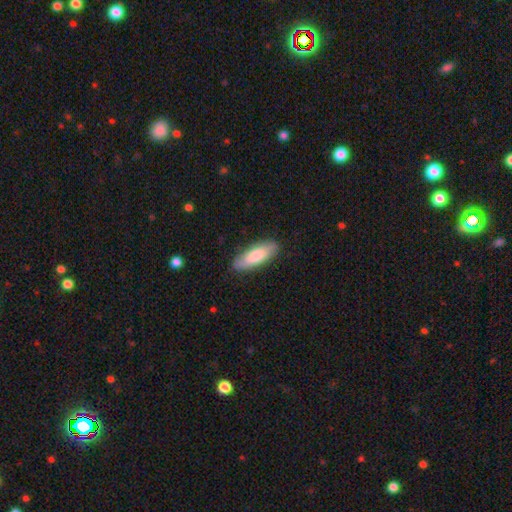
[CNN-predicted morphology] Smooth or featured? smooth (78%)
How rounded? in between (59%)
Merging? none (85%)